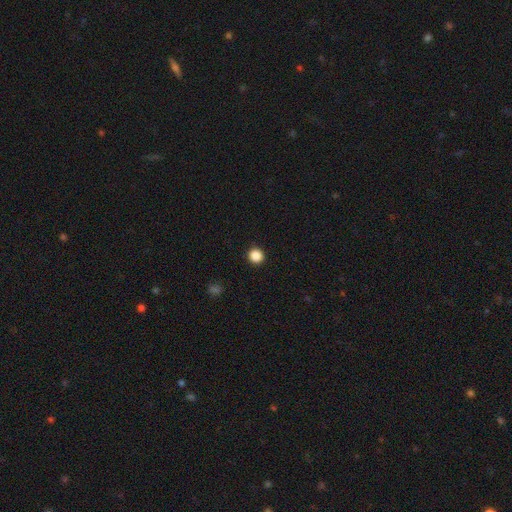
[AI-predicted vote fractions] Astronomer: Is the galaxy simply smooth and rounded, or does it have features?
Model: smooth — 87%.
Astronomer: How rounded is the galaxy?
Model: round — 94%.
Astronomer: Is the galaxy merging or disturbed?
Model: none — 93%.